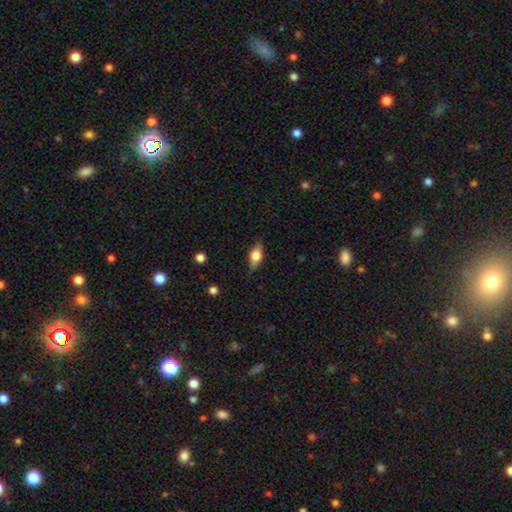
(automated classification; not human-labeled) smooth_or_featured: smooth (p=0.59) [alt: featured or disk p=0.33]
how_rounded: in between (p=0.78) [alt: cigar-shaped p=0.16]
merging: none (p=0.80) [alt: minor disturbance p=0.16]